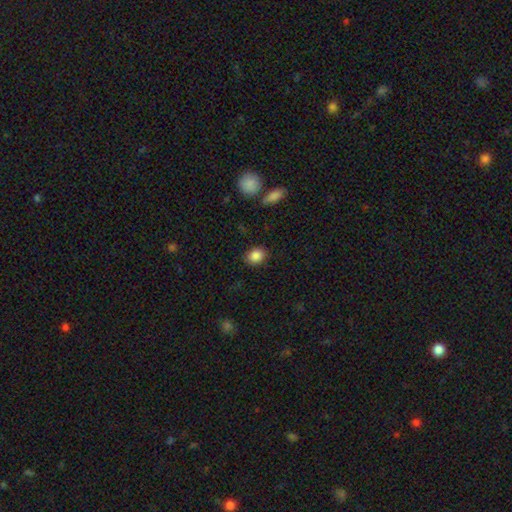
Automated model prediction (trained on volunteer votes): Overall: smooth (86%). How rounded: in between (50%; round 49%). Merging: none (86%).